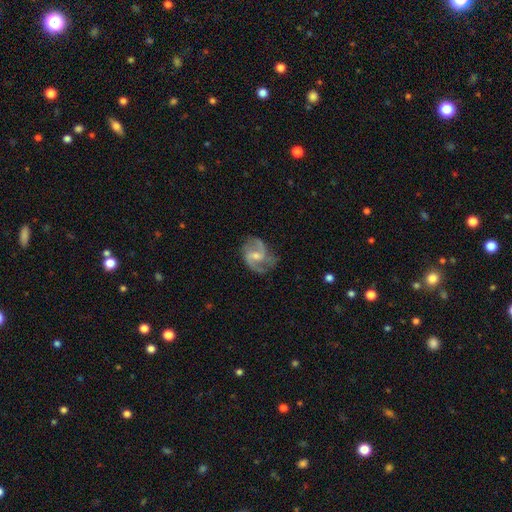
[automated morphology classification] Smooth or featured? featured or disk (84%)
Edge-on disk? no (97%)
Bar? weak (51%)
Spiral arms? yes (95%)
Spiral winding? medium (50%)
Spiral arm count? 2 (80%)
Bulge size? small (47%)
Merging? none (69%)